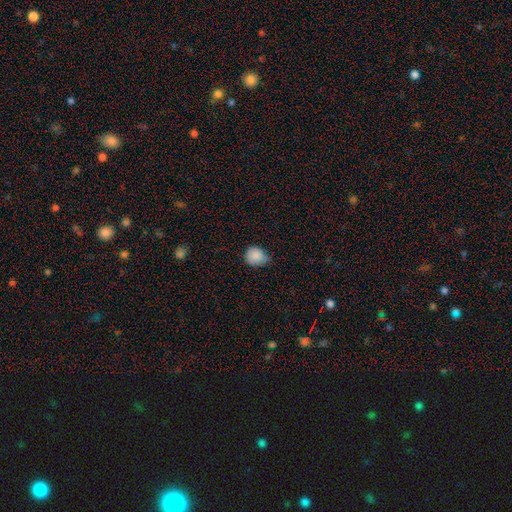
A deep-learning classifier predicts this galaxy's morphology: smooth 87%, star or artifact 8%, featured or disk 5%. Down the decision tree: how rounded — round (69%); merging — none (53%).